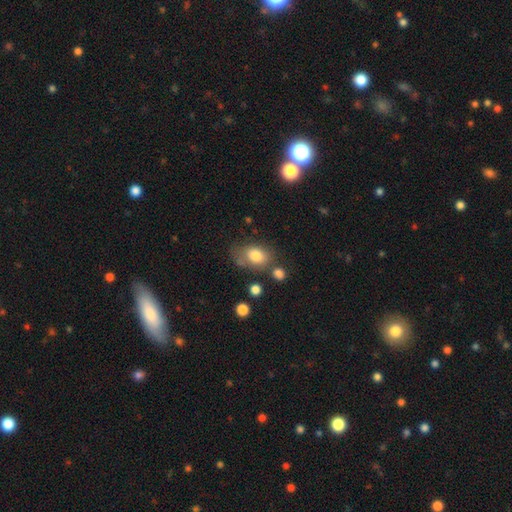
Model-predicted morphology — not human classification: smooth-or-featured: smooth: 79% | featured or disk: 12% | star or artifact: 8%
  how-rounded: in between: 76% | round: 23% | cigar-shaped: 1%
  merging: none: 50% | minor disturbance: 26% | major disturbance: 13% | merger: 12%